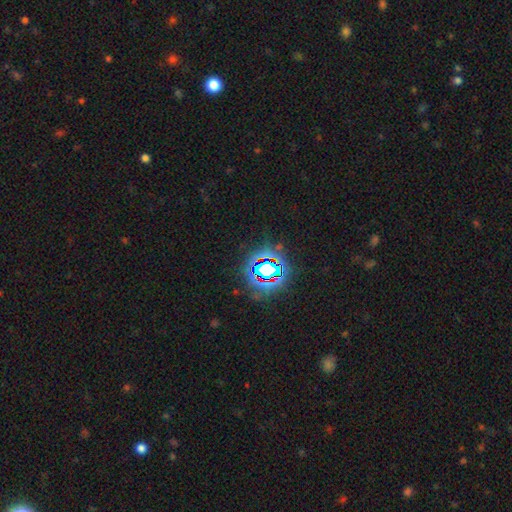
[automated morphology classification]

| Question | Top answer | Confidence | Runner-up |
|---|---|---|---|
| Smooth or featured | star or artifact | 77% | smooth (13%) |